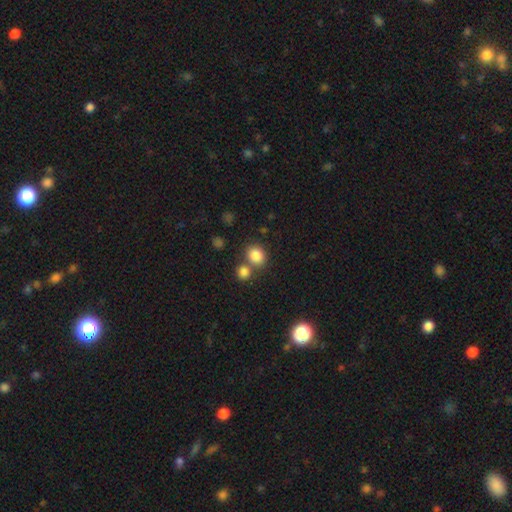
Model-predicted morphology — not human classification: Smooth or featured: smooth — 84% (star or artifact — 11%)
How rounded: round — 70% (in between — 29%)
Merging: none — 61% (merger — 26%)